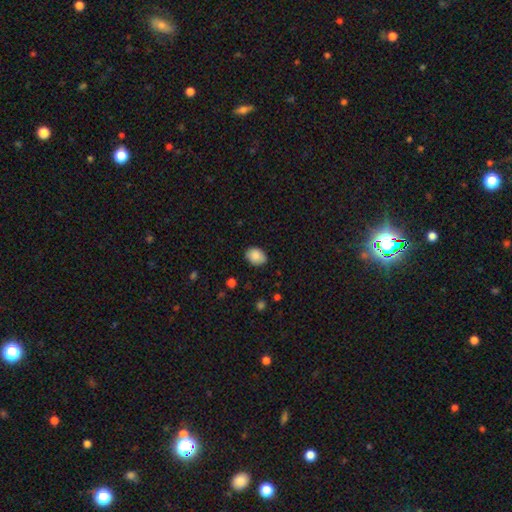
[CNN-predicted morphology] Overall: smooth (87%). How rounded: in between (70%). Merging: none (79%).